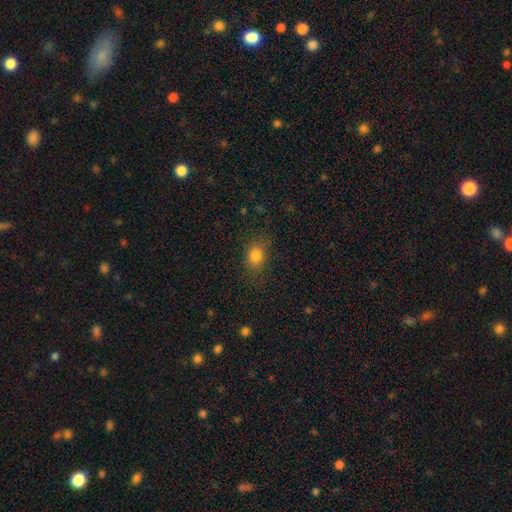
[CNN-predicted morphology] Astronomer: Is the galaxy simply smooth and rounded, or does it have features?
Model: smooth — 81%.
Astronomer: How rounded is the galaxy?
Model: in between — 53% (runner-up: round, 45%).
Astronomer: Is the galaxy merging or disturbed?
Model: none — 79%.